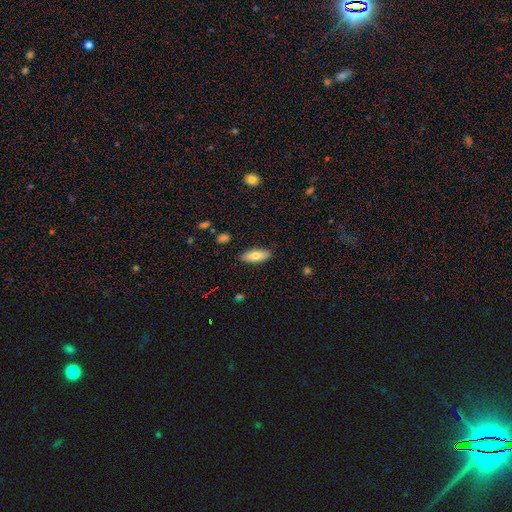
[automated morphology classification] Smooth or featured: smooth — 75% (featured or disk — 18%)
How rounded: in between — 67% (cigar-shaped — 31%)
Merging: none — 87% (minor disturbance — 10%)